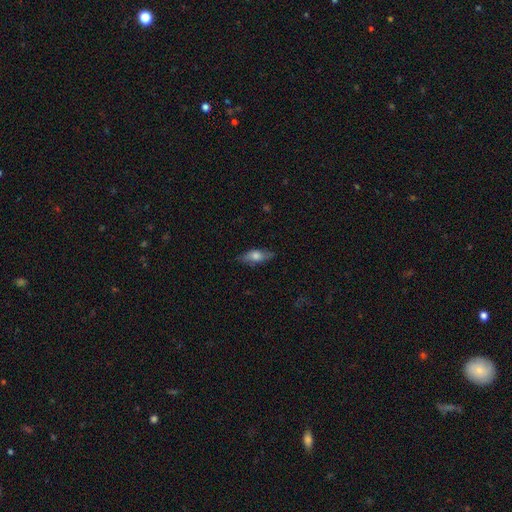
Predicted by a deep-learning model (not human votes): Overall: smooth (61%; featured or disk 32%). How rounded: in between (68%; cigar-shaped 28%). Merging: none (79%).